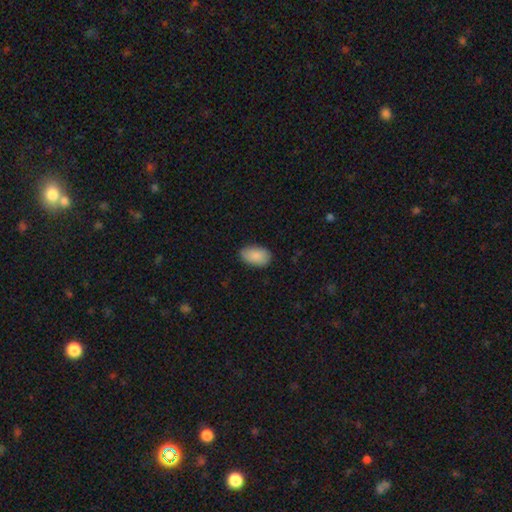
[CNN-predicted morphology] Q: Smooth or featured?
A: smooth (89%); runner-up: star or artifact (6%)
Q: How rounded?
A: in between (94%); runner-up: round (5%)
Q: Merging?
A: none (84%); runner-up: minor disturbance (13%)